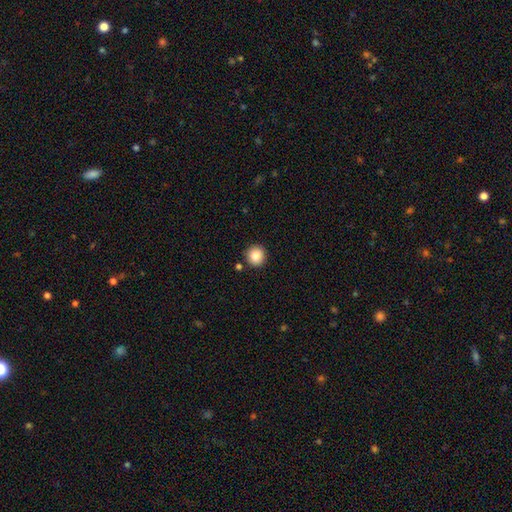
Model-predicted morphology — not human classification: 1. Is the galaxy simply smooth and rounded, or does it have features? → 87% smooth, 9% star or artifact, 4% featured or disk.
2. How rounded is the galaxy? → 92% round, 8% in between, 1% cigar-shaped.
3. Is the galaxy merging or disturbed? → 88% none, 7% minor disturbance, 3% merger, 2% major disturbance.